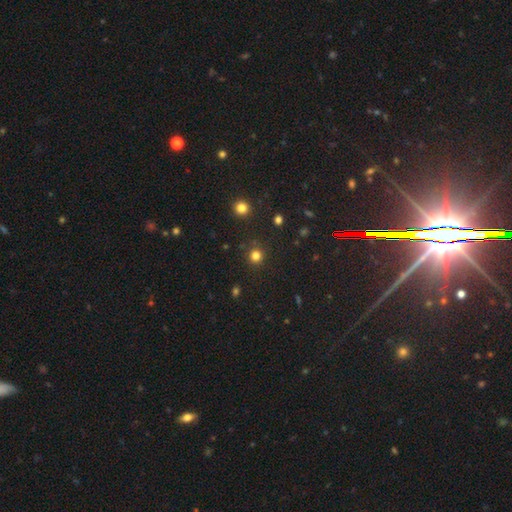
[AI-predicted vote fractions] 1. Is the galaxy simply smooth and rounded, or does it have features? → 79% smooth, 17% star or artifact, 4% featured or disk.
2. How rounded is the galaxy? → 93% round, 6% in between, 1% cigar-shaped.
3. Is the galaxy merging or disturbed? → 88% none, 7% minor disturbance, 3% major disturbance, 2% merger.